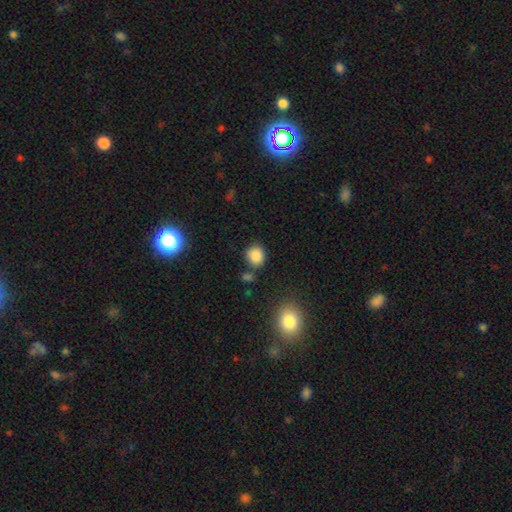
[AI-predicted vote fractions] Smooth or featured? smooth (86%)
How rounded? round (74%)
Merging? none (74%)